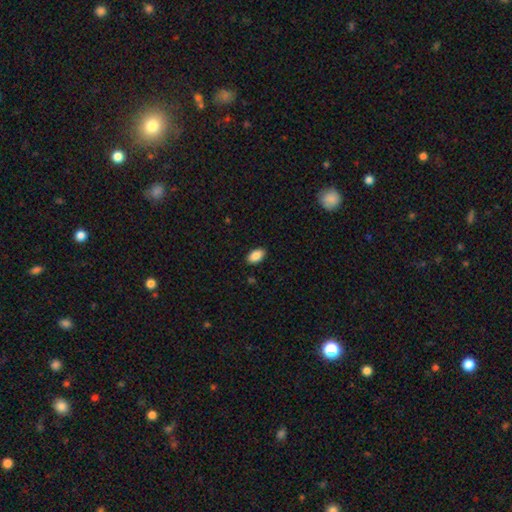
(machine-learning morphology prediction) This is clearly a smooth galaxy (89%). How rounded: clearly in between (94%). Merging: clearly none (89%).